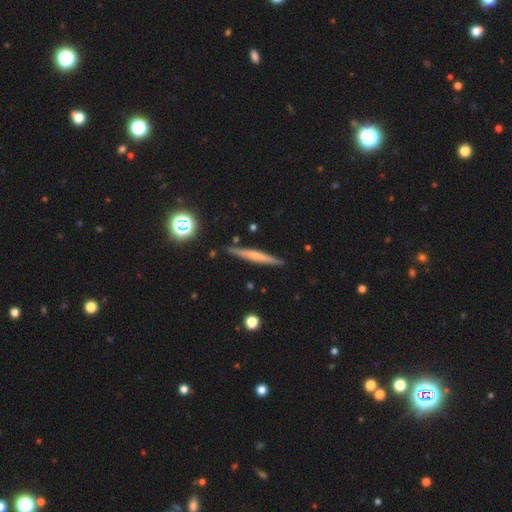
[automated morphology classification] A featured or disk galaxy (50%) viewed edge-on (96%). Merging: none (88%).